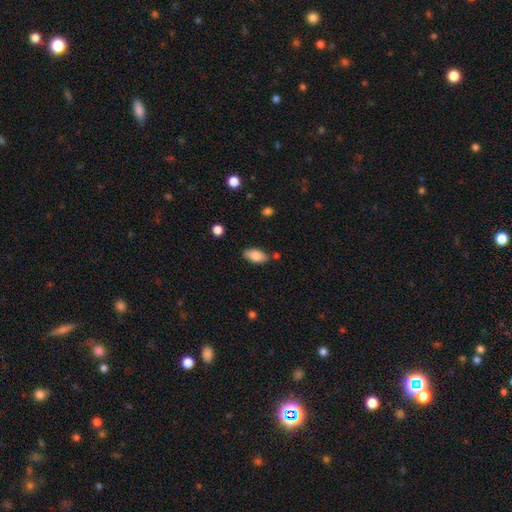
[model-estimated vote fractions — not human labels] smooth_or_featured: smooth (p=0.81) [alt: featured or disk p=0.11]
how_rounded: in between (p=0.91) [alt: cigar-shaped p=0.06]
merging: none (p=0.78) [alt: minor disturbance p=0.14]